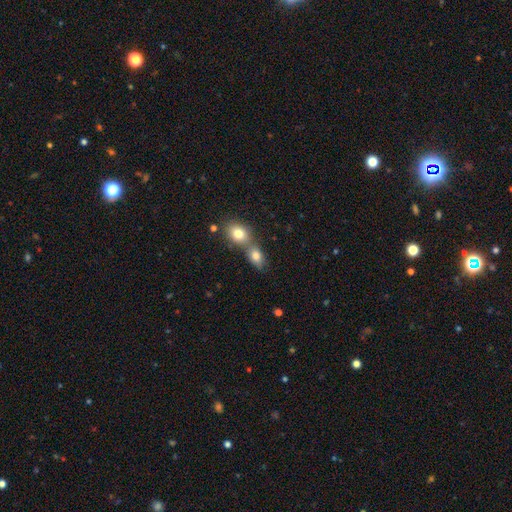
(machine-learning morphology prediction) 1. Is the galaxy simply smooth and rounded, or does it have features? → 79% smooth, 11% featured or disk, 10% star or artifact.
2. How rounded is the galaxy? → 73% in between, 24% round, 3% cigar-shaped.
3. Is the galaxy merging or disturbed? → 58% merger, 31% none, 8% minor disturbance, 3% major disturbance.